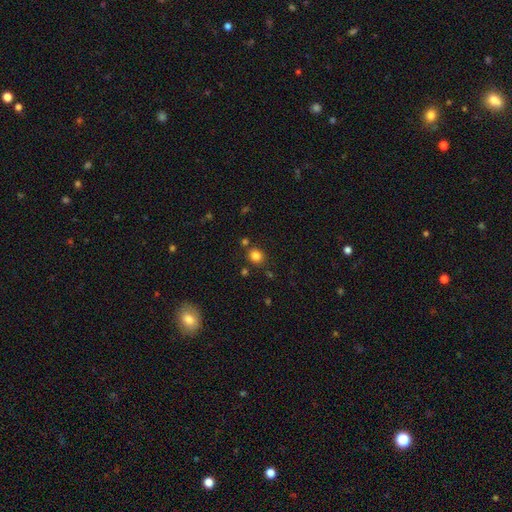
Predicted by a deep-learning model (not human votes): Overall: smooth (82%). How rounded: round (73%). Merging: none (81%).